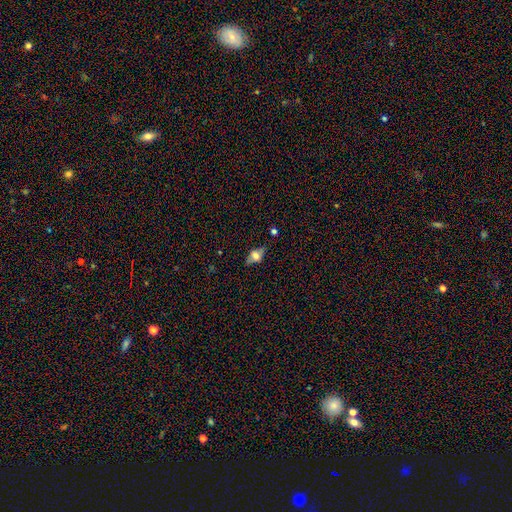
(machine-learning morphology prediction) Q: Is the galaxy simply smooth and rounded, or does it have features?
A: smooth — 53%.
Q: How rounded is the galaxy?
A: in between — 80%.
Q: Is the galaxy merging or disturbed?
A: none — 75%.